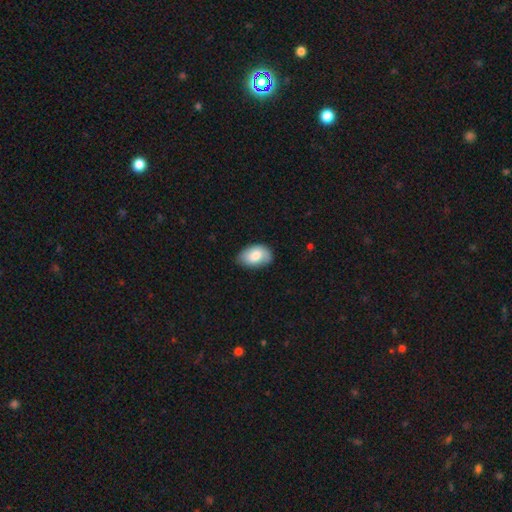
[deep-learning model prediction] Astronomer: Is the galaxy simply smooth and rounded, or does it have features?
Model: smooth — 79%.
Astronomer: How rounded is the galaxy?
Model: in between — 92%.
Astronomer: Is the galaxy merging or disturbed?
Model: none — 67%.